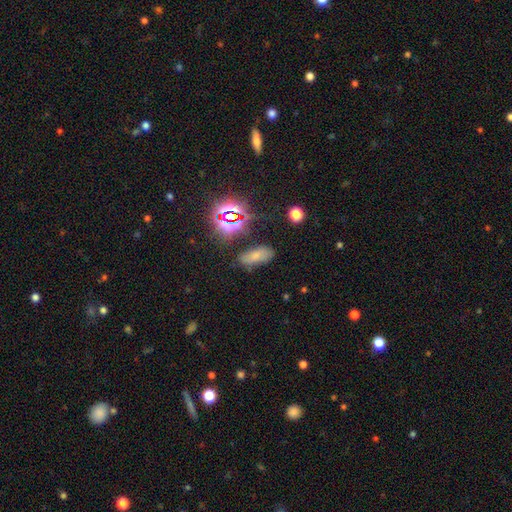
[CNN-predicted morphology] This appears to be a smooth galaxy with no disk features (64%) that is in between round and cigar-shaped (84%). Merging: none (75%).